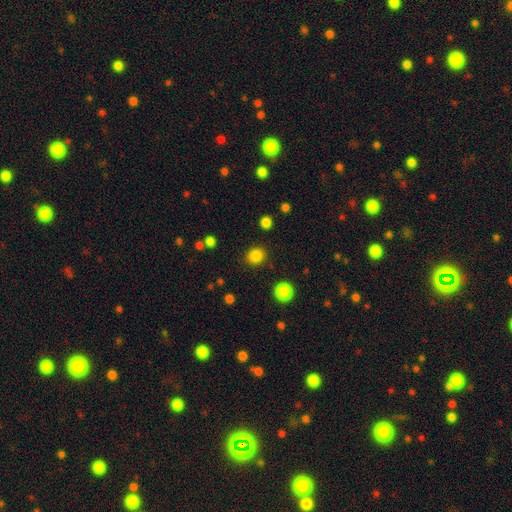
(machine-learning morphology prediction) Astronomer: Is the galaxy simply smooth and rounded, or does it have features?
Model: smooth — 84%.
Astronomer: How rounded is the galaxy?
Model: round — 81%.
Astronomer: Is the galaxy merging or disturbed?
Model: none — 89%.